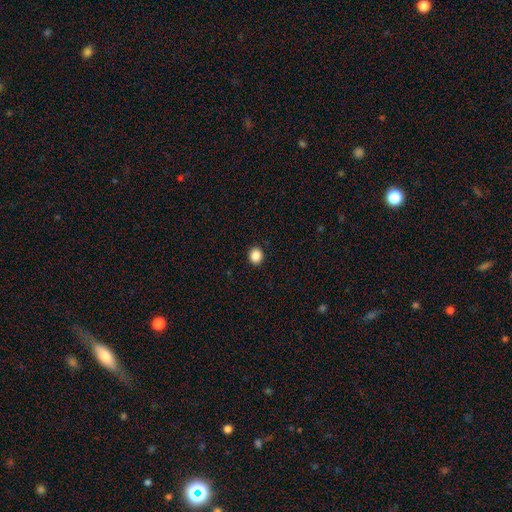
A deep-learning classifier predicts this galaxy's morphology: Q: Smooth or featured?
A: smooth (87%); runner-up: star or artifact (10%)
Q: How rounded?
A: round (76%); runner-up: in between (23%)
Q: Merging?
A: none (92%); runner-up: minor disturbance (5%)